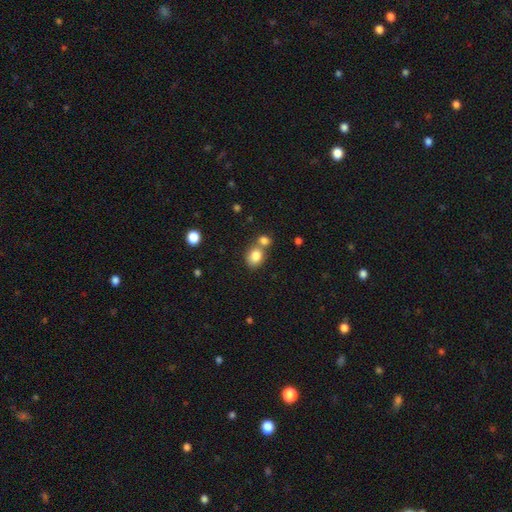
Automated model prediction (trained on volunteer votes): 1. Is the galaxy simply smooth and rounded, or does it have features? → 83% smooth, 9% star or artifact, 8% featured or disk.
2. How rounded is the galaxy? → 51% in between, 48% round, 1% cigar-shaped.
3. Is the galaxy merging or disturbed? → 48% none, 38% merger, 10% minor disturbance, 4% major disturbance.